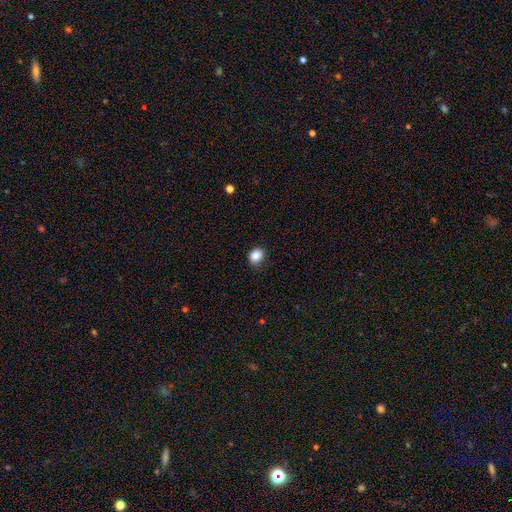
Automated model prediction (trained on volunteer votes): Smooth or featured? Predicted: smooth (p=0.86). How rounded? Predicted: round (p=0.57). Merging? Predicted: none (p=0.83).